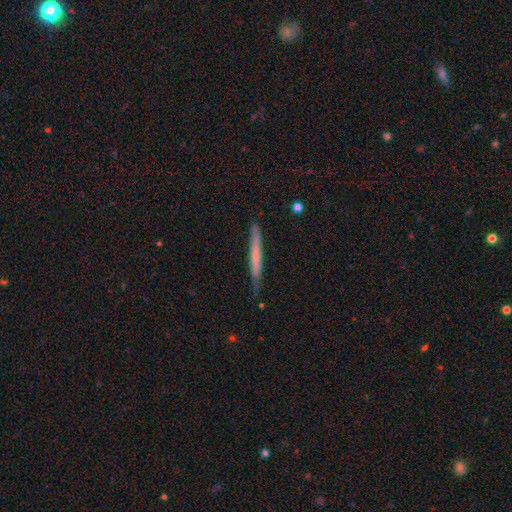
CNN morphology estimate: Smooth or featured: smooth — 53% (featured or disk — 41%)
How rounded: cigar-shaped — 97% (in between — 2%)
Merging: none — 81% (minor disturbance — 15%)